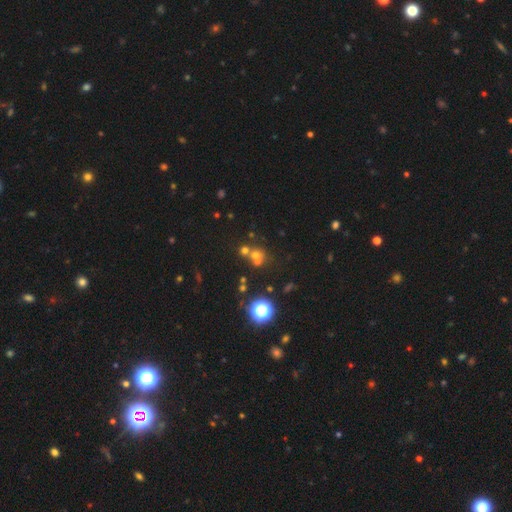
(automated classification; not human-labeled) This is possibly a smooth galaxy (52%). How rounded: clearly round (85%). Merging: possibly none (49%).